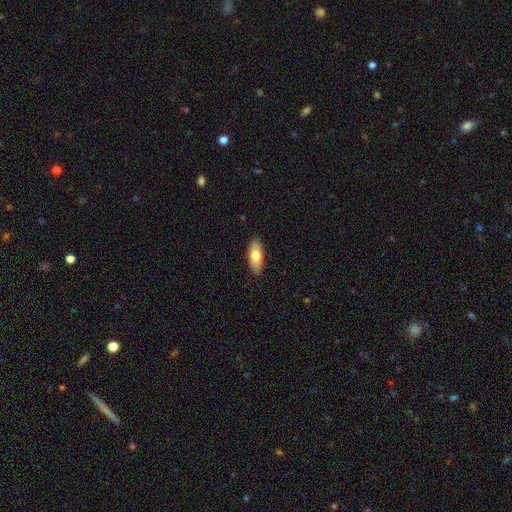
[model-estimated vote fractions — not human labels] The model was most divided on "smooth or featured": smooth: 76%, featured or disk: 18%, star or artifact: 6%. More confident: merging — none (90%); how rounded — in between (80%).